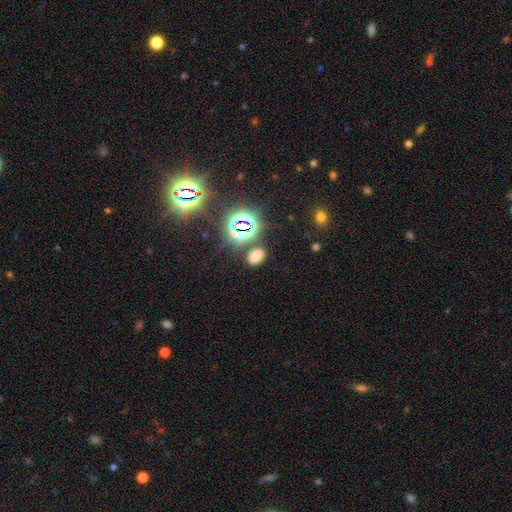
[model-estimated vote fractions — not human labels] The model was most divided on "smooth or featured": smooth: 61%, star or artifact: 31%, featured or disk: 7%. More confident: how rounded — in between (81%); merging — none (79%).